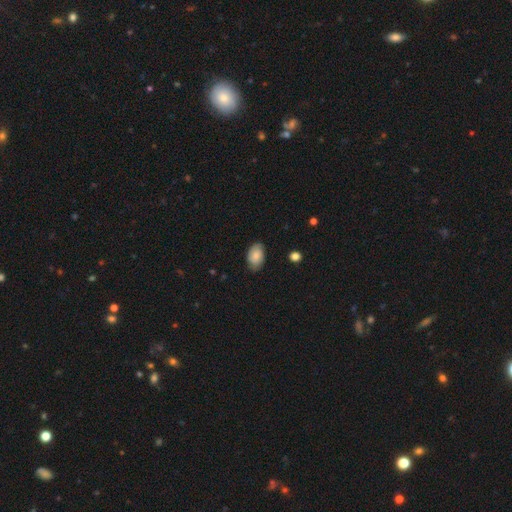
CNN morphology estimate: A smooth galaxy with no disk features (67%) that is in between round and cigar-shaped (89%).

Vote fractions:
- Smooth or featured? smooth: 67% / featured or disk: 25% / star or artifact: 8%
- How rounded? in between: 89% / round: 10% / cigar-shaped: 1%
- Merging? none: 78% / minor disturbance: 17% / major disturbance: 3% / merger: 1%